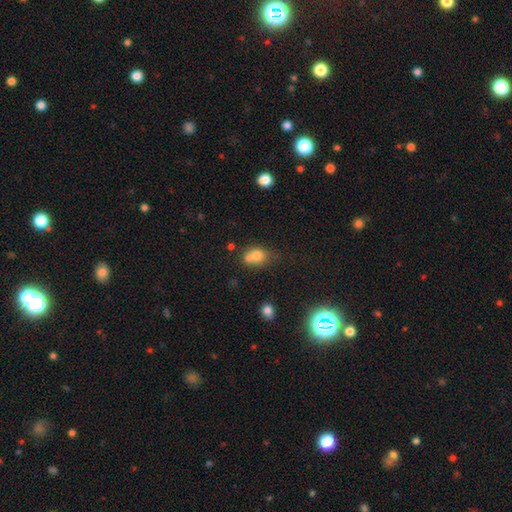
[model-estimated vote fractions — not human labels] smooth_or_featured: smooth (p=0.72) [alt: featured or disk p=0.16]
how_rounded: round (p=0.55) [alt: in between p=0.44]
merging: merger (p=0.49) [alt: none p=0.33]